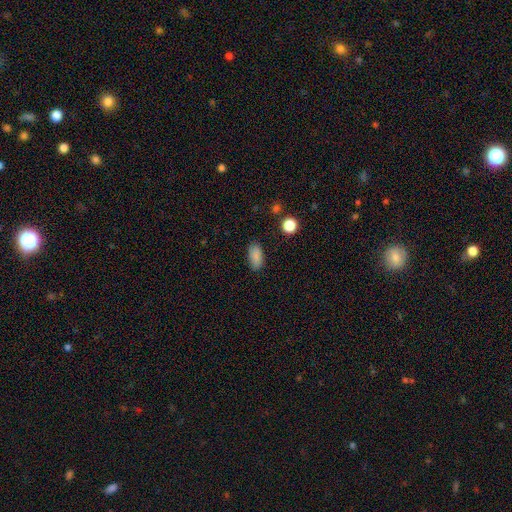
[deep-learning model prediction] Smooth or featured: smooth — 86% (star or artifact — 10%)
How rounded: in between — 89% (cigar-shaped — 6%)
Merging: none — 84% (minor disturbance — 12%)